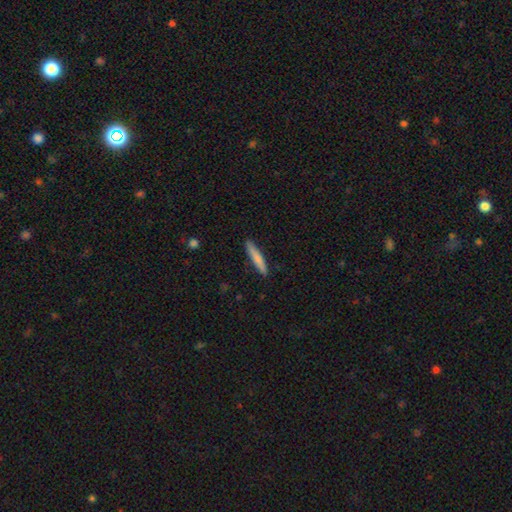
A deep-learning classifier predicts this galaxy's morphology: smooth 75%, featured or disk 19%, star or artifact 6%. Down the decision tree: how rounded — cigar-shaped (94%); merging — none (90%).